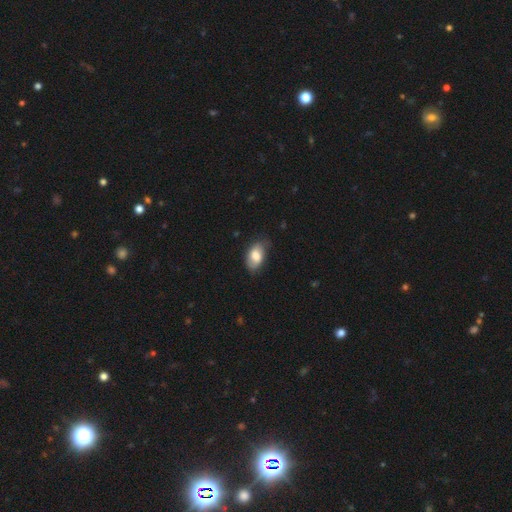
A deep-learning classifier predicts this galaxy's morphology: A smooth galaxy with no disk features (75%) that is in between round and cigar-shaped (92%). Merging: none (64%).